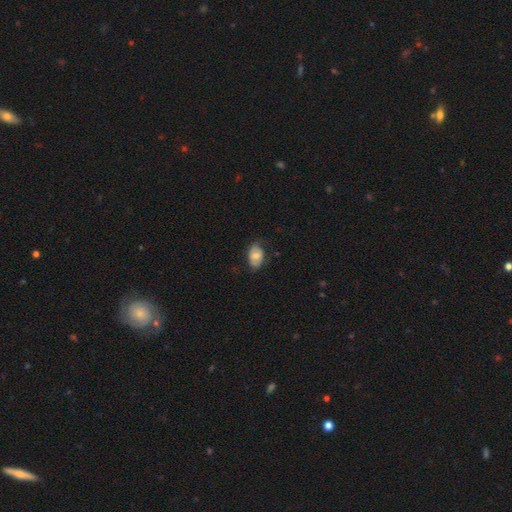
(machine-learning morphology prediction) smooth 61%, featured or disk 32%, star or artifact 7%. Down the decision tree: how rounded — in between (85%); merging — none (66%).